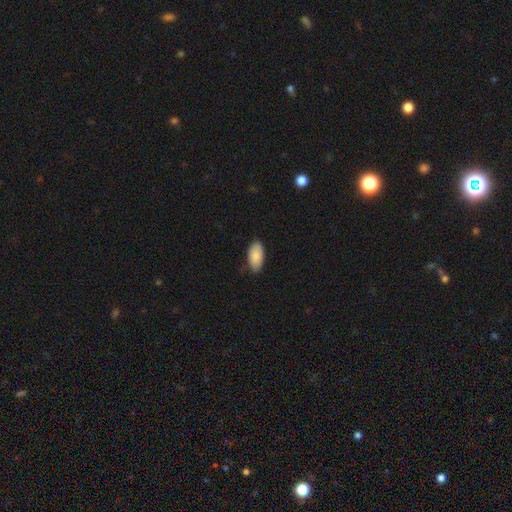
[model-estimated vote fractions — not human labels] smooth_or_featured: smooth (p=0.86) [alt: featured or disk p=0.08]
how_rounded: in between (p=0.94) [alt: cigar-shaped p=0.04]
merging: none (p=0.83) [alt: minor disturbance p=0.14]